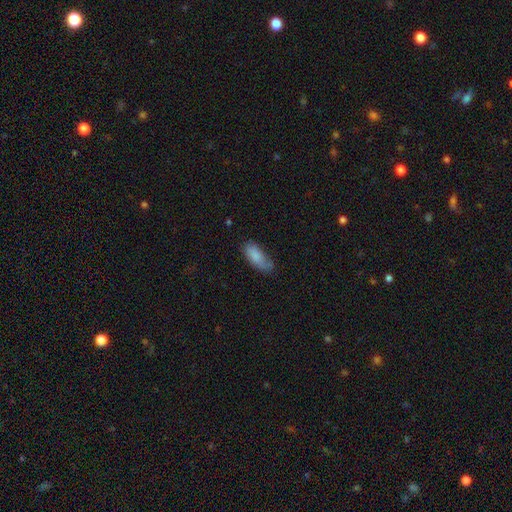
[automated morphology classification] The model was most divided on "merging": none: 53%, minor disturbance: 32%, major disturbance: 11%, merger: 3%. More confident: how rounded — in between (84%); smooth or featured — smooth (82%).